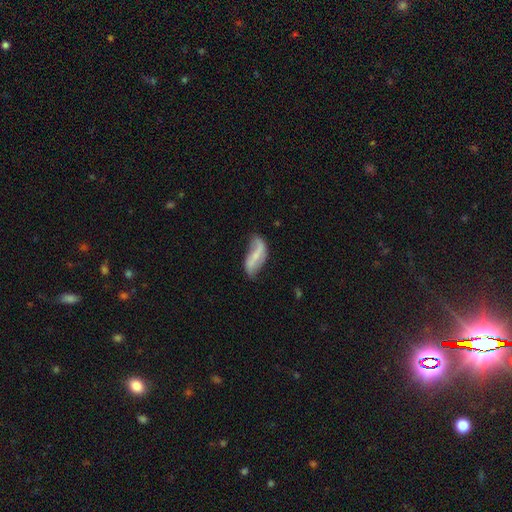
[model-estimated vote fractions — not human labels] Overall: featured or disk (61%; smooth 33%). Edge-on disk: no (90%). Bar: strong (44%; weak 32%). Spiral arms: yes (81%). Bulge size: small (56%; none 24%). Merging: none (52%; minor disturbance 32%).